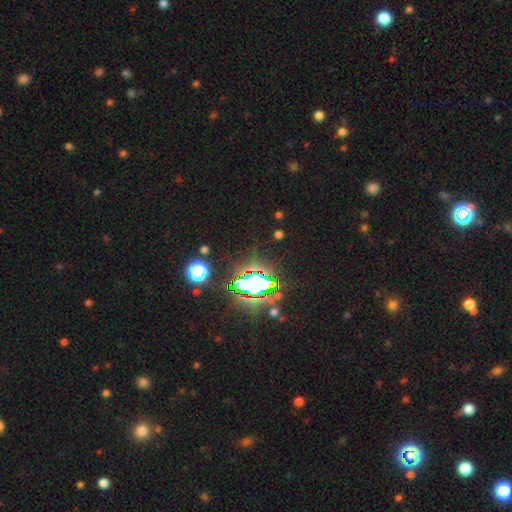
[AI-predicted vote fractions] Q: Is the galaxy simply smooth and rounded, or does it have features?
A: star or artifact — 77%.